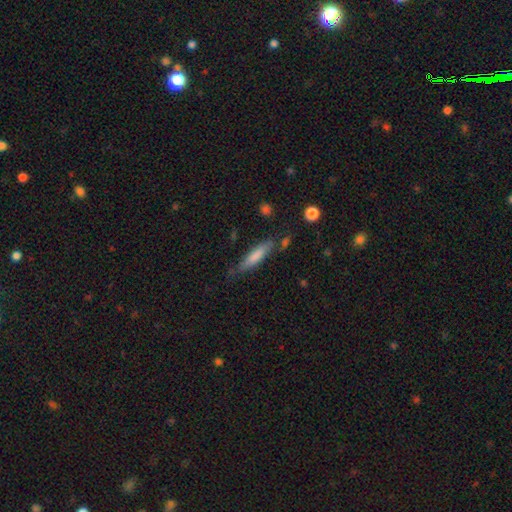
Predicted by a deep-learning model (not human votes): A smooth galaxy with no disk features (70%) that is cigar-shaped (80%). Merging: none (69%).